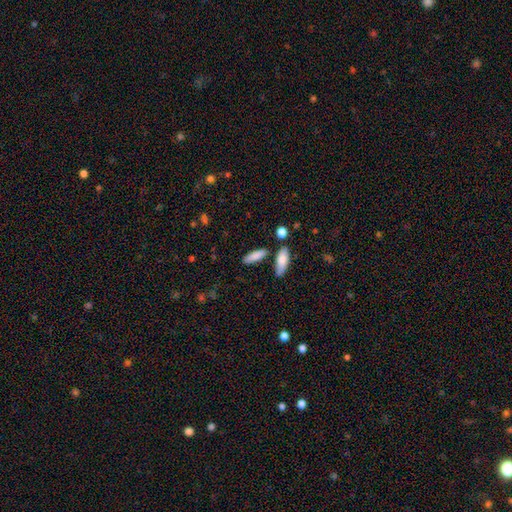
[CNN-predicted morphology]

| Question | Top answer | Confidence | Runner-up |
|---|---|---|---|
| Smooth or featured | smooth | 84% | featured or disk (10%) |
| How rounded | in between | 50% | cigar-shaped (48%) |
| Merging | none | 75% | minor disturbance (13%) |